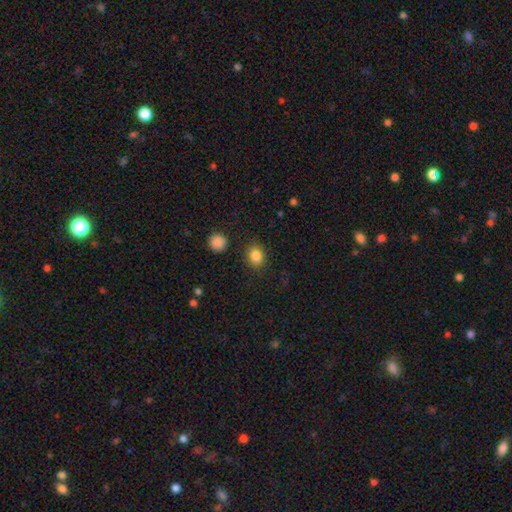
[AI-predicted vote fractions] Q: Smooth or featured?
A: smooth (84%); runner-up: star or artifact (10%)
Q: How rounded?
A: round (59%); runner-up: in between (41%)
Q: Merging?
A: none (86%); runner-up: minor disturbance (9%)